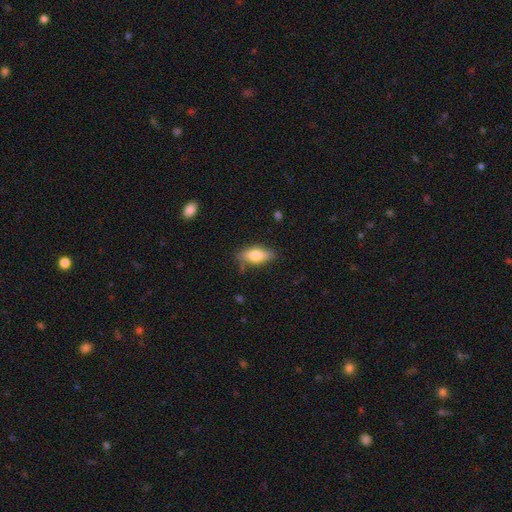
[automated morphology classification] Smooth or featured?
  - smooth: 71% *
  - featured or disk: 22%
  - star or artifact: 7%
How rounded?
  - in between: 80% *
  - cigar-shaped: 16%
  - round: 4%
Merging?
  - none: 76% *
  - minor disturbance: 17%
  - major disturbance: 4%
  - merger: 2%